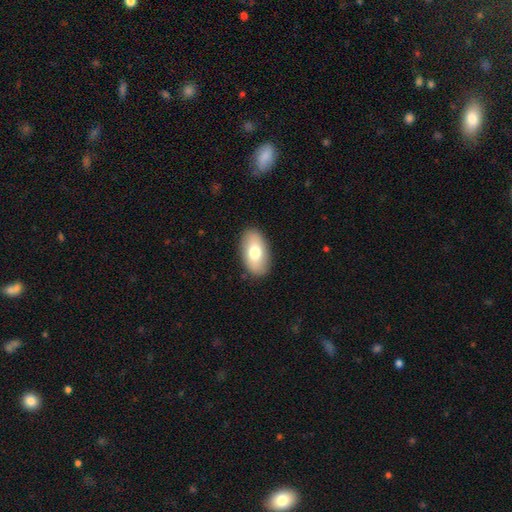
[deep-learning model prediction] A smooth galaxy with no disk features (70%) that is in between round and cigar-shaped (94%).

Vote fractions:
- Smooth or featured? smooth: 70% / featured or disk: 23% / star or artifact: 7%
- How rounded? in between: 94% / round: 4% / cigar-shaped: 2%
- Merging? none: 88% / minor disturbance: 9% / major disturbance: 2% / merger: 1%